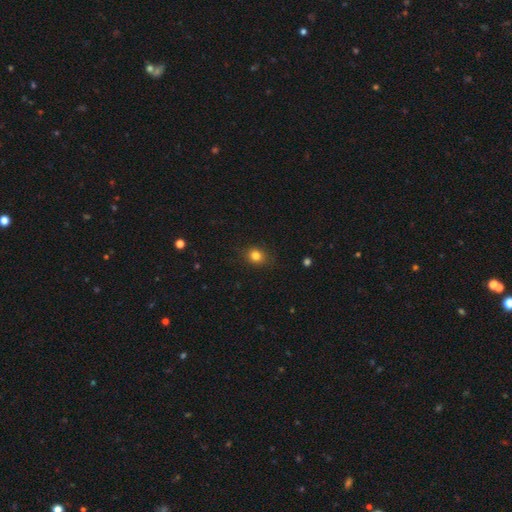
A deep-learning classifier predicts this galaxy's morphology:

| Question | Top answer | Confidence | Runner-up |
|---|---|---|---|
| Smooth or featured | smooth | 82% | star or artifact (12%) |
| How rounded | round | 65% | in between (34%) |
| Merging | none | 85% | minor disturbance (11%) |